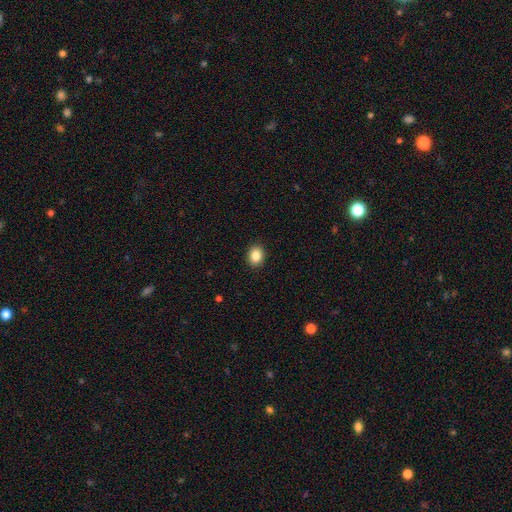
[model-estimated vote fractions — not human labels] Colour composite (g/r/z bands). It shows a smooth galaxy with no disk features (86%) that is round (55%). Merging: none (91%).